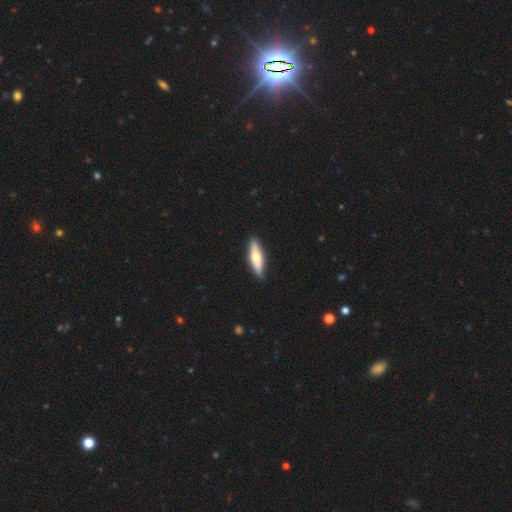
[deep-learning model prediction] A smooth galaxy with no disk features (51%) that is cigar-shaped (69%). Merging: none (89%).